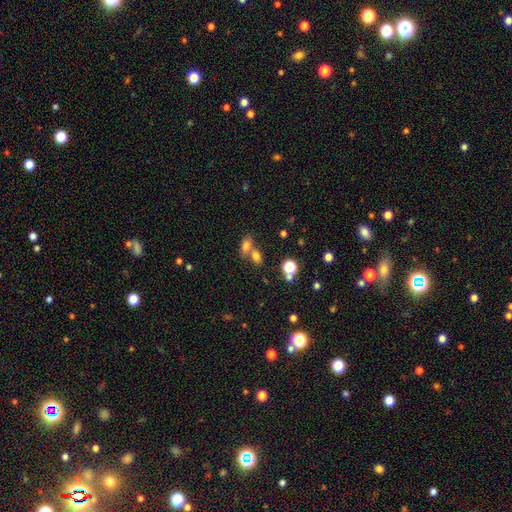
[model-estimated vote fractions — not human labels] A smooth galaxy with no disk features (73%) that is in between round and cigar-shaped (75%). Merging: merger (48%).